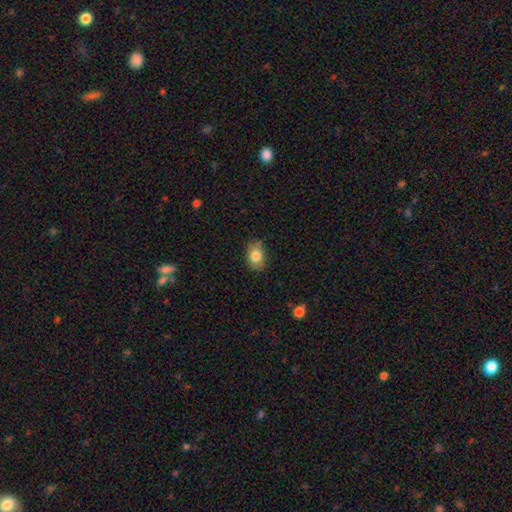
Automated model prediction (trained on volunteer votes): A smooth galaxy with no disk features (83%) that is in between round and cigar-shaped (73%). Merging: none (78%).